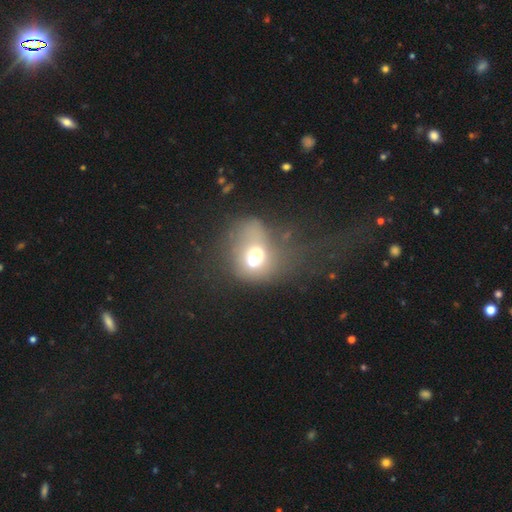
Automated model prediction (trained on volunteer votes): smooth_or_featured: smooth (p=0.54) [alt: featured or disk p=0.32]
how_rounded: round (p=0.58) [alt: in between p=0.41]
merging: merger (p=0.61) [alt: none p=0.17]